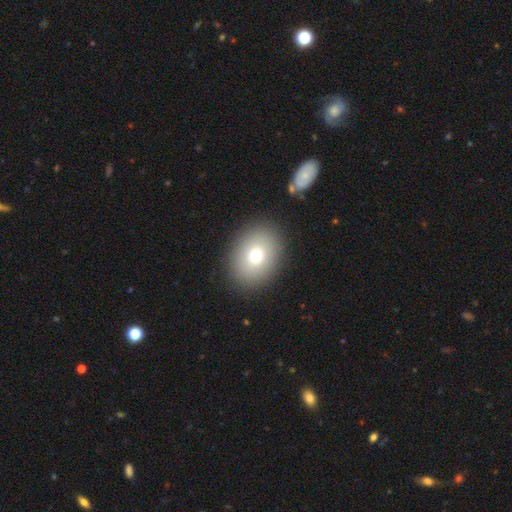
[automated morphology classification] The model was most divided on "how rounded": in between: 63%, round: 36%, cigar-shaped: 1%. More confident: merging — none (88%); smooth or featured — smooth (75%).